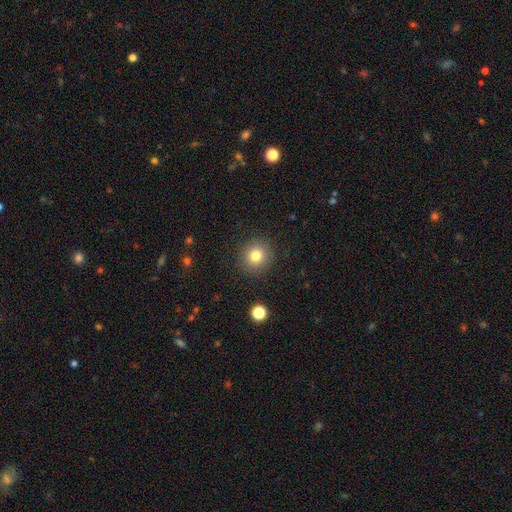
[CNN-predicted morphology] Overall: smooth (80%). How rounded: round (91%). Merging: none (89%).